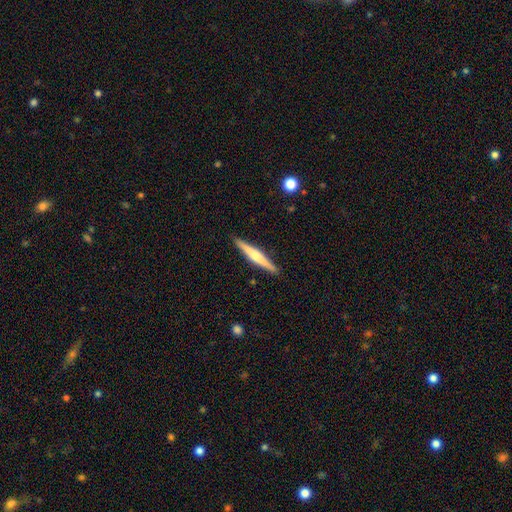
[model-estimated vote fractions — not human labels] featured or disk 59%, smooth 35%, star or artifact 5%. Down the decision tree: edge-on disk — yes (98%); edge-on bulge — rounded (72%); merging — none (91%).